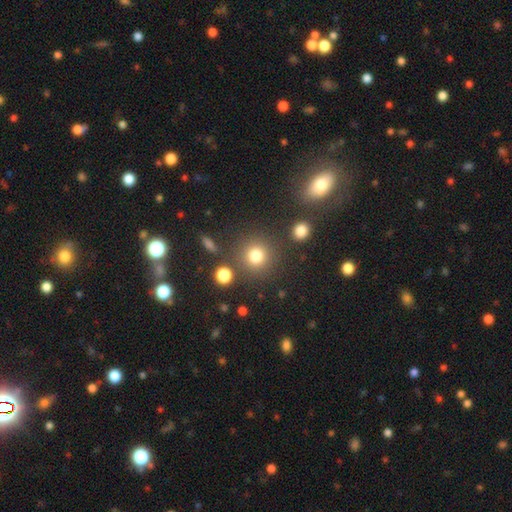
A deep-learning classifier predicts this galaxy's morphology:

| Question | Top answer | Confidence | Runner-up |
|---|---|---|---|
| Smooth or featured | smooth | 79% | star or artifact (14%) |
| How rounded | round | 92% | in between (7%) |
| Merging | none | 82% | minor disturbance (8%) |